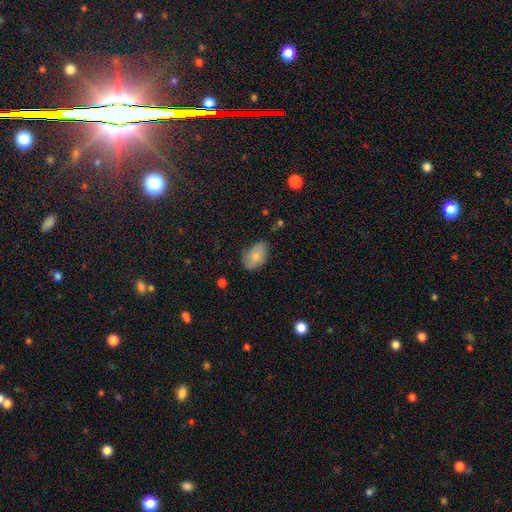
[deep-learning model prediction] smooth_or_featured: smooth (p=0.76) [alt: featured or disk p=0.17]
how_rounded: in between (p=0.88) [alt: round p=0.11]
merging: none (p=0.63) [alt: minor disturbance p=0.29]